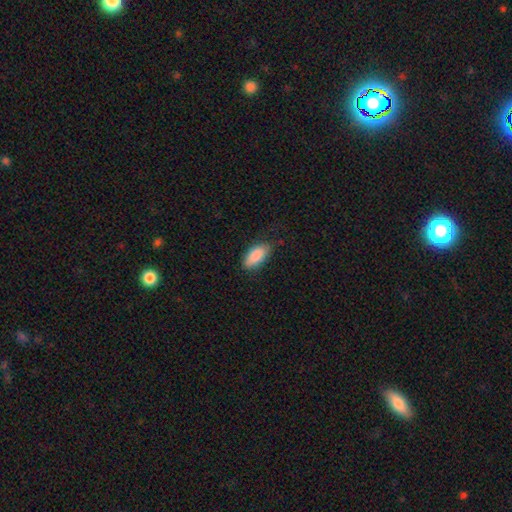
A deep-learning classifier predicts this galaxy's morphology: smooth 89%, star or artifact 6%, featured or disk 6%. Down the decision tree: how rounded — in between (89%); merging — none (80%).